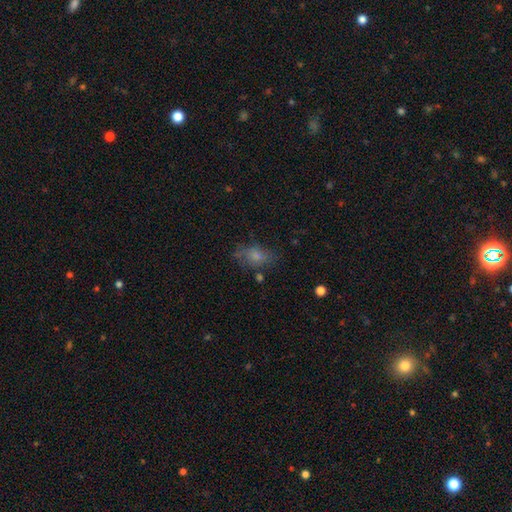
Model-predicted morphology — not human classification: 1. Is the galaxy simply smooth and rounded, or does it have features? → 67% smooth, 21% featured or disk, 13% star or artifact.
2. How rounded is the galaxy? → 80% in between, 17% round, 3% cigar-shaped.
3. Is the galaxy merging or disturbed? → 61% none, 23% minor disturbance, 12% major disturbance, 4% merger.